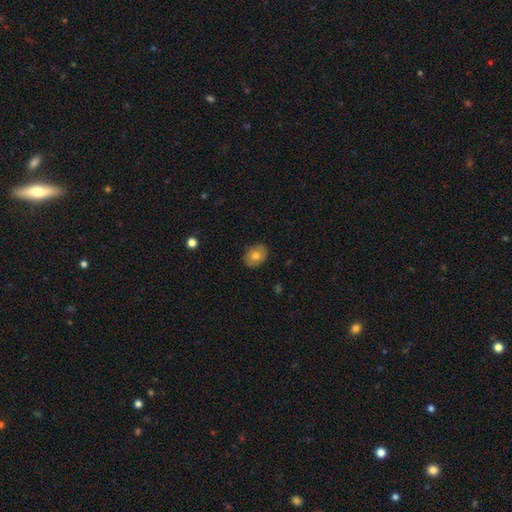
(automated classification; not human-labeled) smooth-or-featured: smooth: 74% | featured or disk: 18% | star or artifact: 8%
  how-rounded: in between: 59% | round: 40% | cigar-shaped: 1%
  merging: none: 85% | minor disturbance: 12% | major disturbance: 2% | merger: 1%